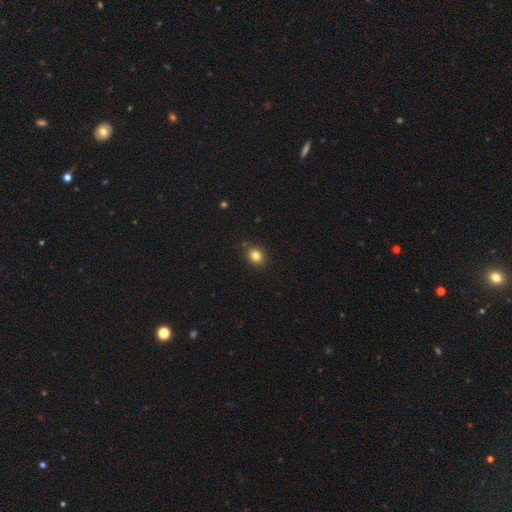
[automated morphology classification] smooth-or-featured: smooth: 83% | star or artifact: 11% | featured or disk: 6%
  how-rounded: round: 59% | in between: 40% | cigar-shaped: 1%
  merging: none: 84% | minor disturbance: 11% | major disturbance: 2% | merger: 2%